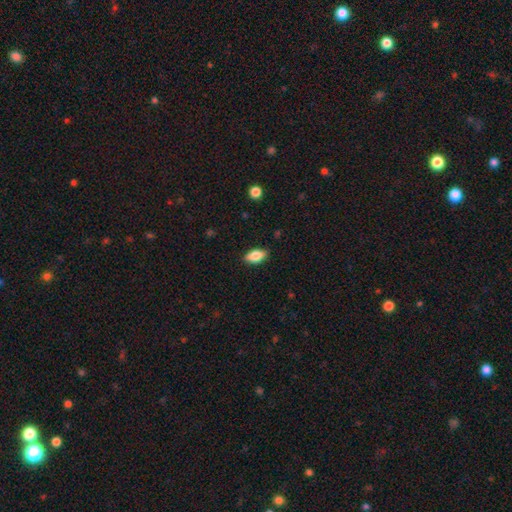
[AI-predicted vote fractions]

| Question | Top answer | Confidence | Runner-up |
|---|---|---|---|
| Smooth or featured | smooth | 81% | featured or disk (12%) |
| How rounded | in between | 90% | cigar-shaped (5%) |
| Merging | none | 87% | minor disturbance (10%) |